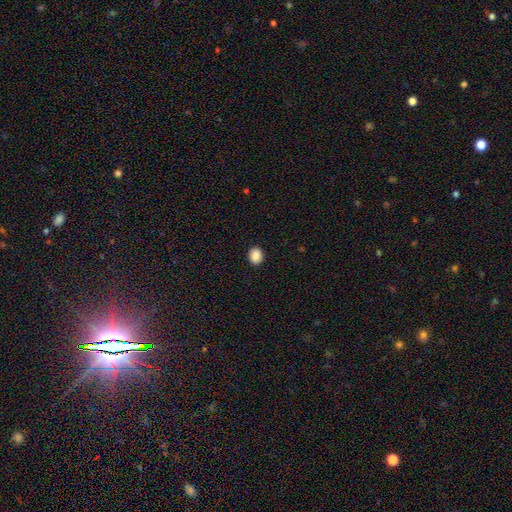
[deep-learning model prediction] Morphology: type=smooth (89%); roundness=round (57%); merging=none (91%).